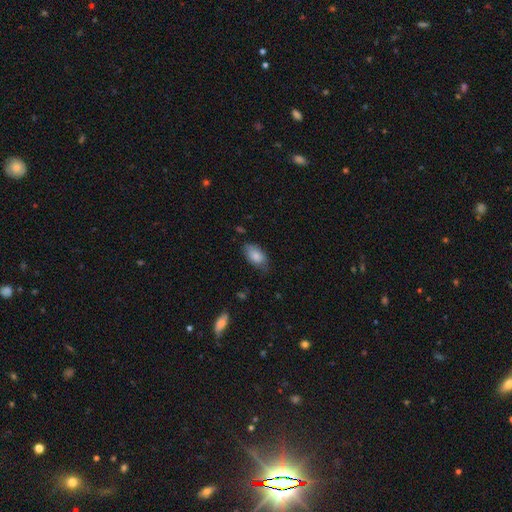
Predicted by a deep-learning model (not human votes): smooth 83%, featured or disk 10%, star or artifact 7%. Down the decision tree: how rounded — in between (92%); merging — none (66%).